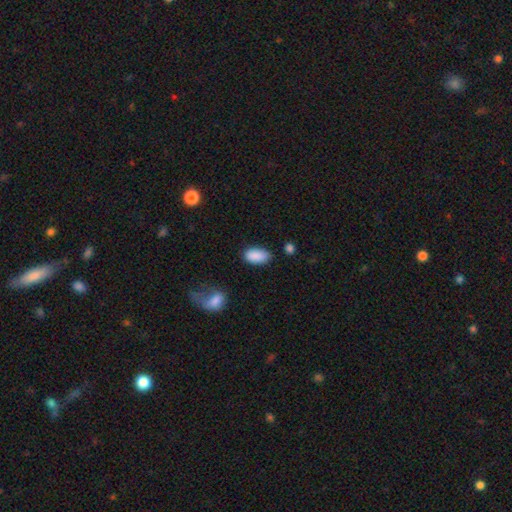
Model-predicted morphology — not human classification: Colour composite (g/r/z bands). It shows a smooth galaxy with no disk features (89%) that is in between round and cigar-shaped (94%). Merging: none (76%).